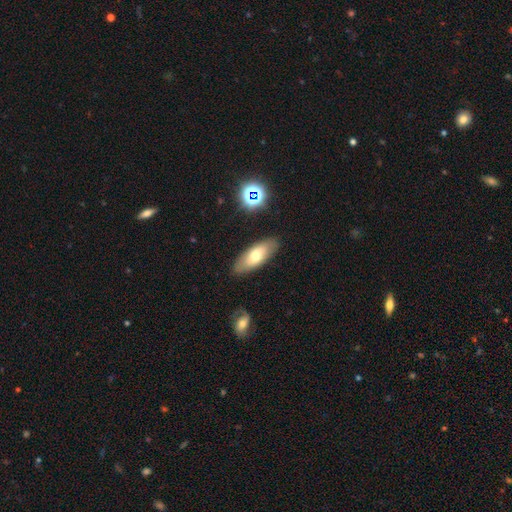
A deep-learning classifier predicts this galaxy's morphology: The model was most divided on "smooth or featured": smooth: 62%, featured or disk: 30%, star or artifact: 8%. More confident: merging — none (85%); how rounded — in between (78%).